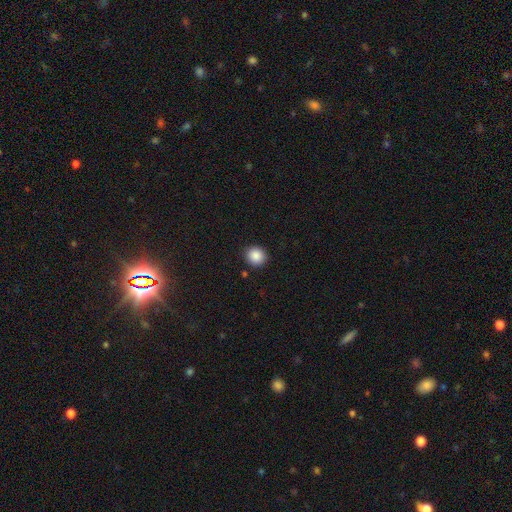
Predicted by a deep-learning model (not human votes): Q: Smooth or featured?
A: smooth (88%); runner-up: star or artifact (9%)
Q: How rounded?
A: round (89%); runner-up: in between (10%)
Q: Merging?
A: none (90%); runner-up: minor disturbance (7%)